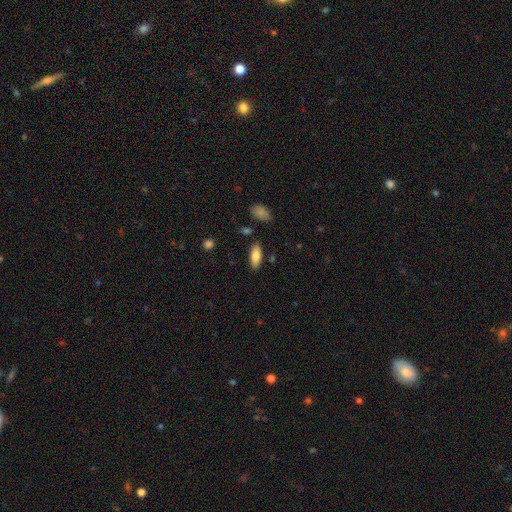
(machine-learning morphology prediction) type=smooth (82%); roundness=in between (78%); merging=none (83%).